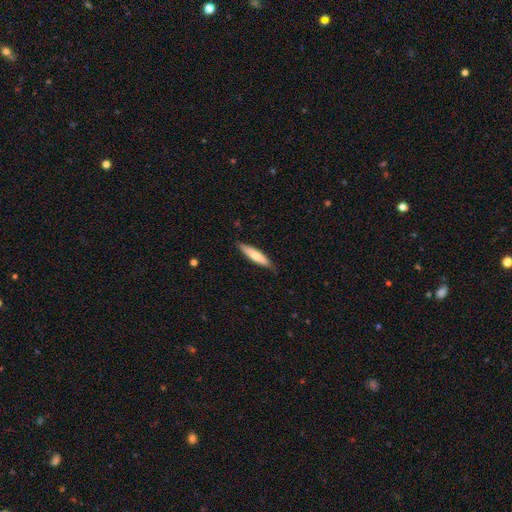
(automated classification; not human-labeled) Q: Smooth or featured?
A: smooth (70%); runner-up: featured or disk (25%)
Q: How rounded?
A: cigar-shaped (82%); runner-up: in between (16%)
Q: Merging?
A: none (84%); runner-up: minor disturbance (13%)